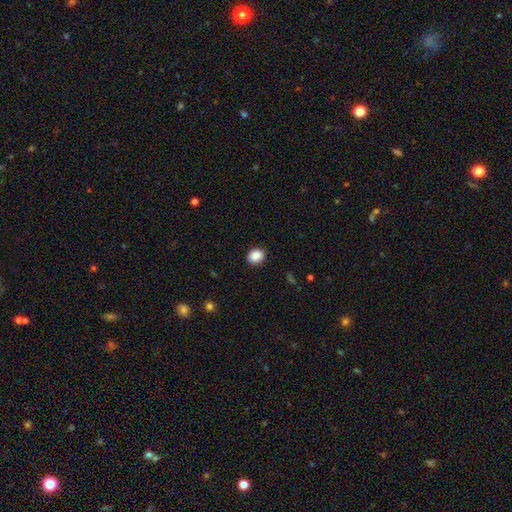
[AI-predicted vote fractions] Smooth or featured? Predicted: smooth (p=0.88). How rounded? Predicted: round (p=0.64). Merging? Predicted: none (p=0.90).